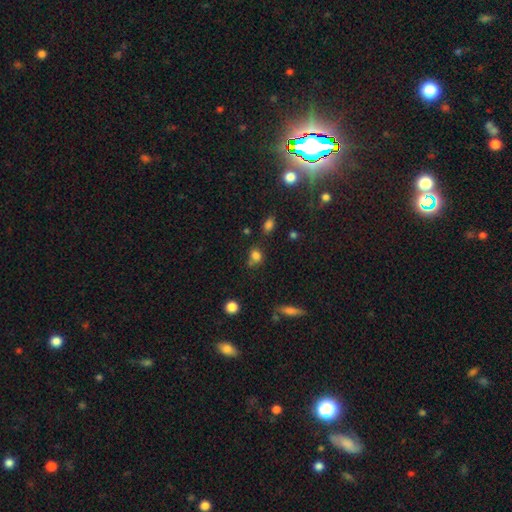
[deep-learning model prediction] smooth-or-featured: smooth: 77% | star or artifact: 16% | featured or disk: 7%
  how-rounded: round: 55% | in between: 43% | cigar-shaped: 2%
  merging: none: 54% | minor disturbance: 20% | merger: 19% | major disturbance: 7%